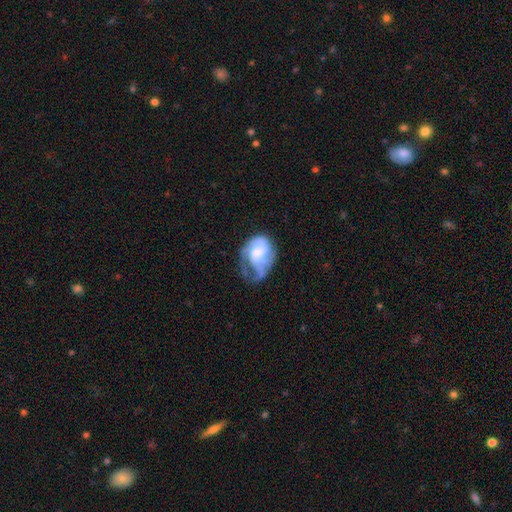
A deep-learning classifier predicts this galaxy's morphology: smooth-or-featured: featured or disk: 68% | smooth: 24% | star or artifact: 8%
  disk-edge-on: no: 97% | yes: 3%
    bar: no: 60% | weak: 33% | strong: 7%
    has-spiral-arms: yes: 83% | no: 17%
      spiral-winding: medium: 42% | tight: 35% | loose: 23%
      spiral-arm-count: 2: 42% | can't tell: 25% | 3: 16% | 1: 11% | 4: 3% | more than 4: 3%
    bulge-size: moderate: 41% | small: 30% | large: 14% | none: 13% | dominant: 2%
  merging: none: 35% | major disturbance: 31% | minor disturbance: 31% | merger: 3%